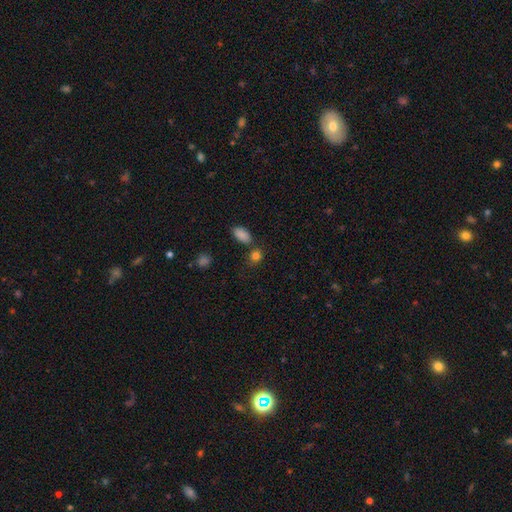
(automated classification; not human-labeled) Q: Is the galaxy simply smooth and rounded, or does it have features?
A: smooth — 83%.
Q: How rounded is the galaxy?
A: round — 54%.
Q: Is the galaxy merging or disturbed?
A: none — 64%.